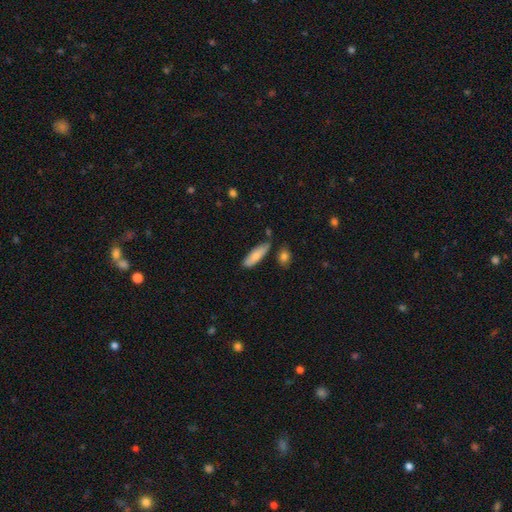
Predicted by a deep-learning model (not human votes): Morphology: type=smooth (81%); roundness=cigar-shaped (54%); merging=none (72%).